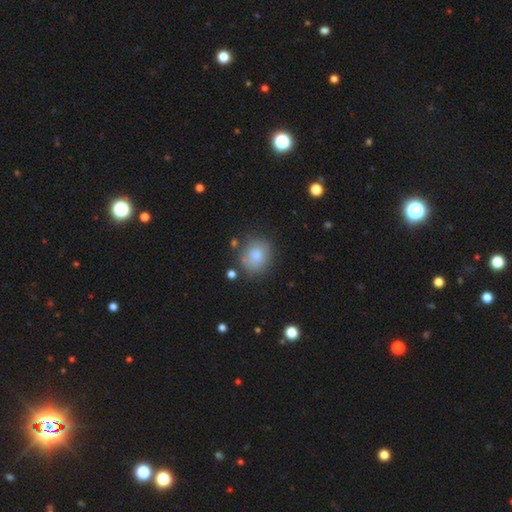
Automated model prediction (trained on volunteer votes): Smooth or featured?
  - smooth: 81% *
  - featured or disk: 10%
  - star or artifact: 9%
How rounded?
  - round: 73% *
  - in between: 26%
  - cigar-shaped: 1%
Merging?
  - none: 72% *
  - minor disturbance: 17%
  - major disturbance: 6%
  - merger: 4%